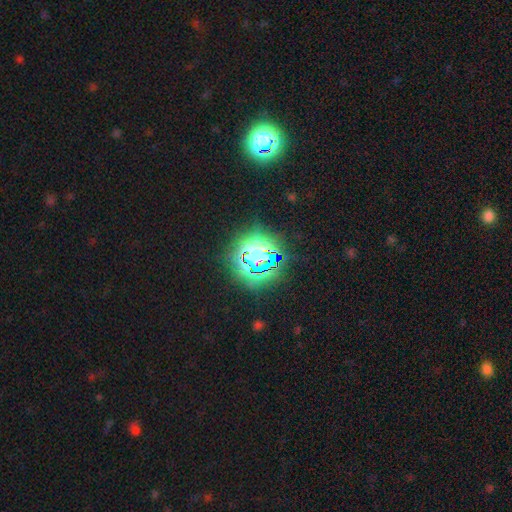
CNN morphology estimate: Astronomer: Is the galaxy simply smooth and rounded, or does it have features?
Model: star or artifact — 70%.